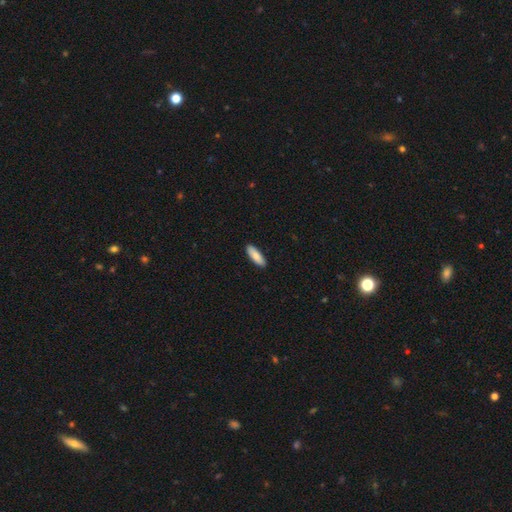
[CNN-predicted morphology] Smooth or featured? Predicted: smooth (p=0.83). How rounded? Predicted: in between (p=0.53). Merging? Predicted: none (p=0.91).